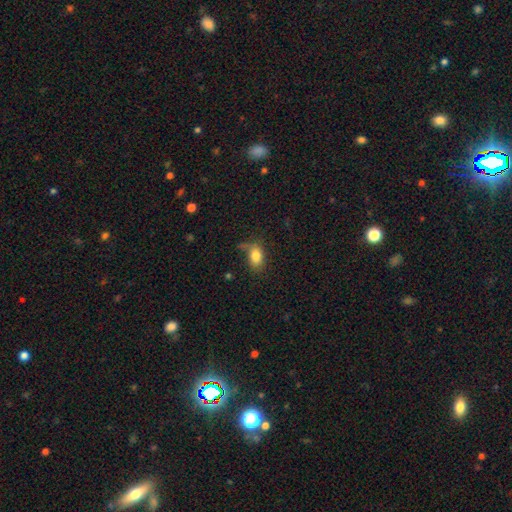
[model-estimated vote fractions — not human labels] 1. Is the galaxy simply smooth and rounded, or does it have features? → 80% smooth, 11% featured or disk, 9% star or artifact.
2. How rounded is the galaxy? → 85% in between, 12% round, 2% cigar-shaped.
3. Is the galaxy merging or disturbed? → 55% none, 23% minor disturbance, 14% major disturbance, 7% merger.